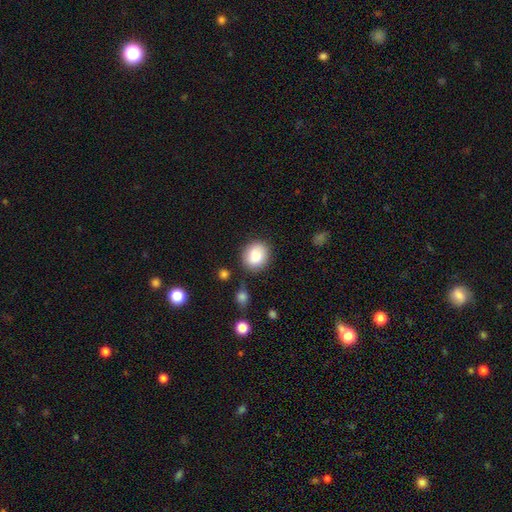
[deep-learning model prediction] This is clearly a smooth galaxy (86%). How rounded: likely round (74%). Merging: likely none (80%).